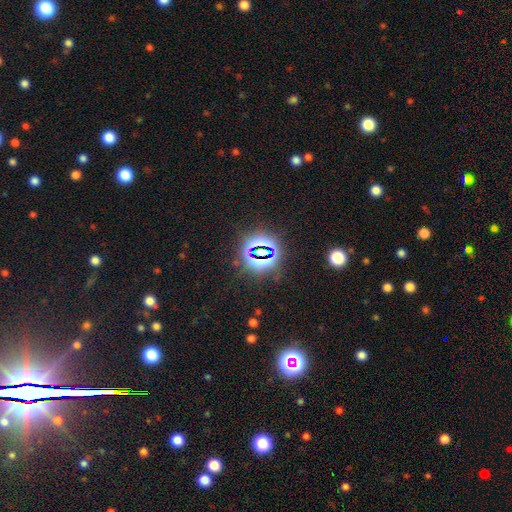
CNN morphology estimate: The model was most divided on "smooth or featured": star or artifact: 82%, smooth: 10%, featured or disk: 8%.